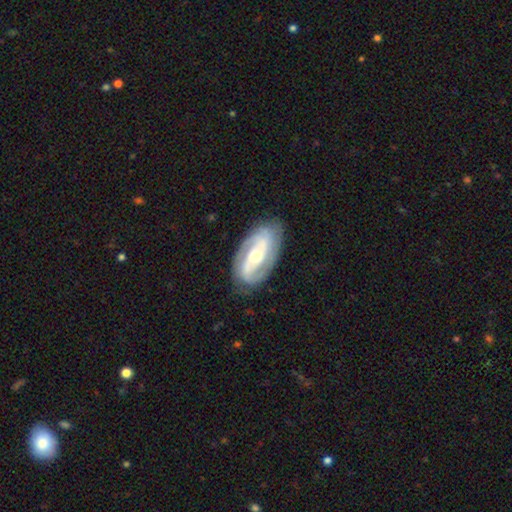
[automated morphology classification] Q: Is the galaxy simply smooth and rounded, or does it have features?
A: featured or disk — 84%.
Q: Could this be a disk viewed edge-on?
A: no — 94%.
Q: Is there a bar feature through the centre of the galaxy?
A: strong — 38%.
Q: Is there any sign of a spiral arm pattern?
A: yes — 92%.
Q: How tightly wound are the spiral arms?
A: medium — 42%.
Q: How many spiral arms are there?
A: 2 — 85%.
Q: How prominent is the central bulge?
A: moderate — 67%.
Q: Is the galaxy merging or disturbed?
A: none — 82%.